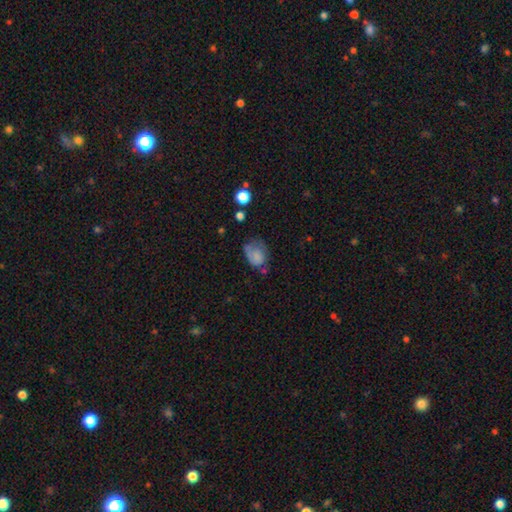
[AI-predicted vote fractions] A smooth galaxy with no disk features (70%) that is in between round and cigar-shaped (63%). Merging: minor disturbance (34%).